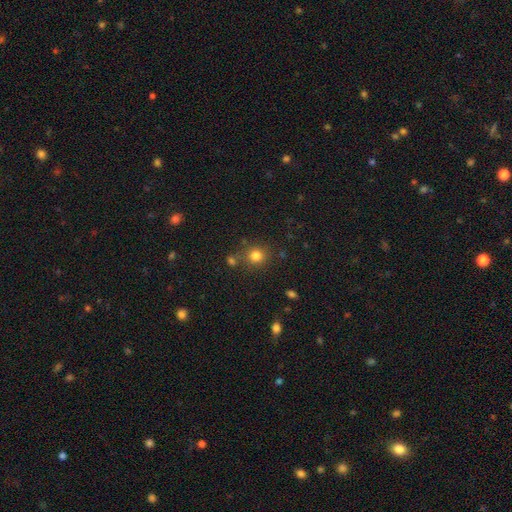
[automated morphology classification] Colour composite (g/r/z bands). It shows a smooth galaxy with no disk features (80%) that is round (89%). Merging: none (77%).